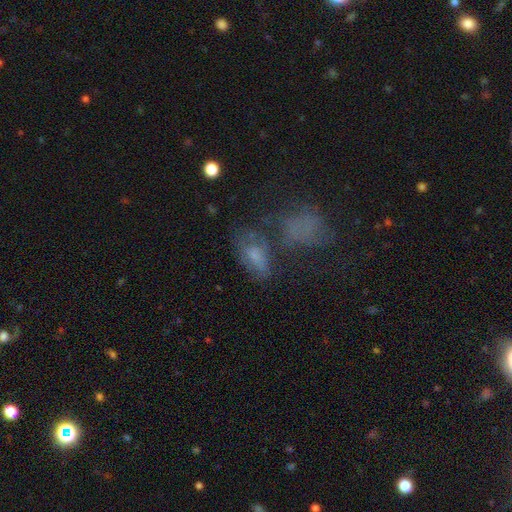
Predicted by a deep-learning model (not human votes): Q: Smooth or featured?
A: smooth (57%); runner-up: featured or disk (26%)
Q: How rounded?
A: in between (85%); runner-up: round (10%)
Q: Merging?
A: none (39%); runner-up: merger (21%)